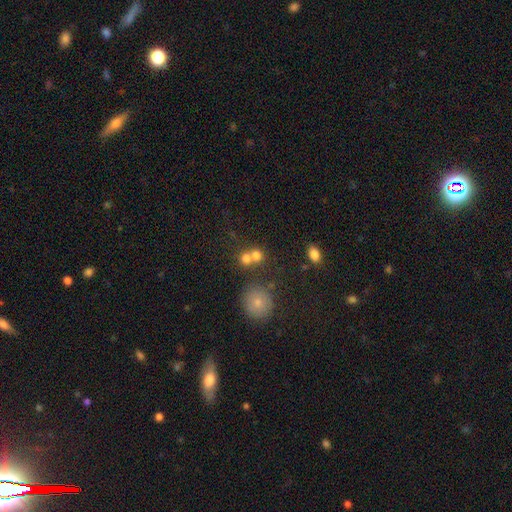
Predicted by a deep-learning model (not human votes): smooth_or_featured: smooth (p=0.74) [alt: star or artifact p=0.14]
how_rounded: round (p=0.82) [alt: in between p=0.17]
merging: merger (p=0.50) [alt: none p=0.40]